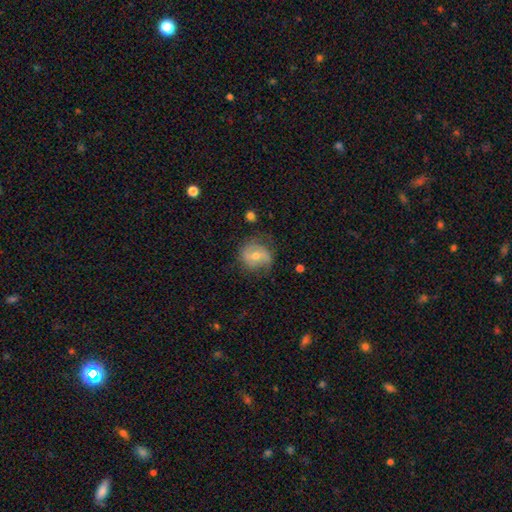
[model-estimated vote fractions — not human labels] A featured or disk galaxy (53%) with no bar (50%), spiral arms (76%) and a moderate central bulge (54%). Merging: none (65%).